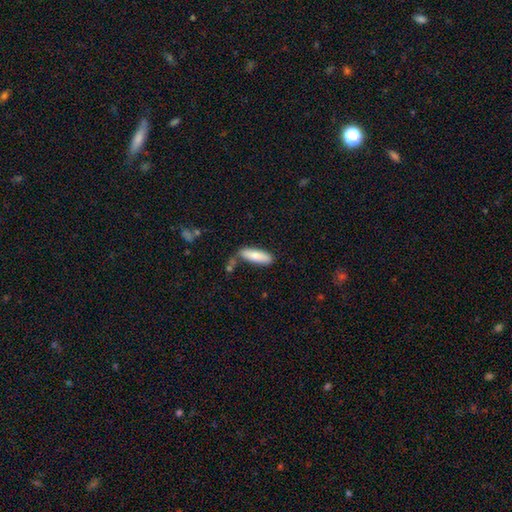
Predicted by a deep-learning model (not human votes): smooth 78%, featured or disk 16%, star or artifact 6%. Down the decision tree: how rounded — cigar-shaped (50%); merging — none (69%).